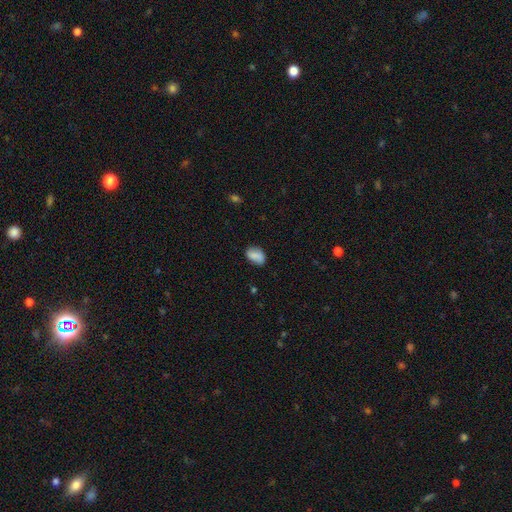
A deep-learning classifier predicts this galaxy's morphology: A smooth galaxy with no disk features (77%) that is in between round and cigar-shaped (83%). Merging: none (75%).